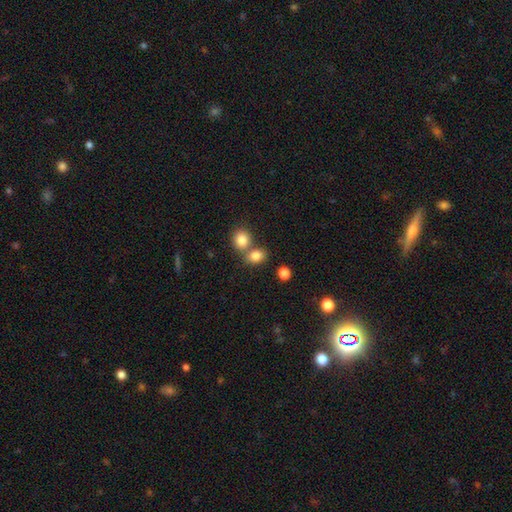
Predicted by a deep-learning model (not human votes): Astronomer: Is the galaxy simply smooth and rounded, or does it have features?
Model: smooth — 82%.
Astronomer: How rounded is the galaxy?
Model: round — 52% (runner-up: in between, 46%).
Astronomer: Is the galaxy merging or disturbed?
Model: none — 51% (runner-up: merger, 38%).